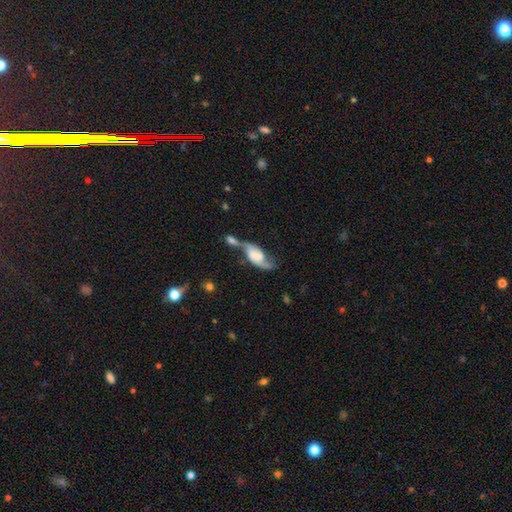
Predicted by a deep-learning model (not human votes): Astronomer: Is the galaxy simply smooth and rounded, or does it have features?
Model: featured or disk — 71%.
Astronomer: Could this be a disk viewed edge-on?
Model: no — 92%.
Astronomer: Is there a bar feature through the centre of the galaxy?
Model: no — 49% (runner-up: weak, 34%).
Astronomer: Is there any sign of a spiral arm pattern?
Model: yes — 90%.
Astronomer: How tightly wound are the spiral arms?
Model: loose — 68%.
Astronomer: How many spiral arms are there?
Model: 2 — 88%.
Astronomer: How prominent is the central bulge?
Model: none — 35% (runner-up: large, 26%).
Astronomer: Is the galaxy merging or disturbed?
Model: merger — 42% (runner-up: none, 27%).